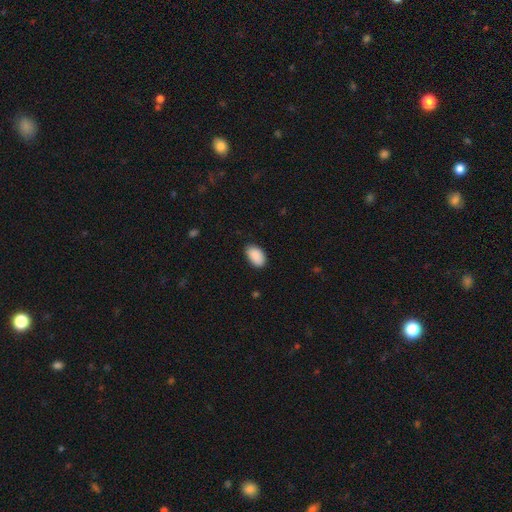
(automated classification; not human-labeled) Morphology: type=smooth (90%); roundness=in between (93%); merging=none (82%).